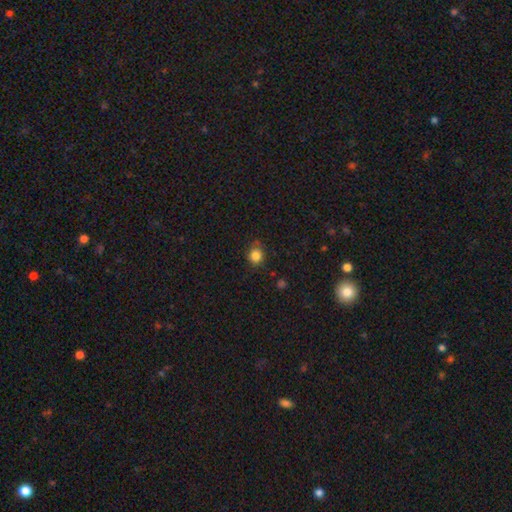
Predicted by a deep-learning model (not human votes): Morphology: type=smooth (84%); roundness=round (84%); merging=none (77%).